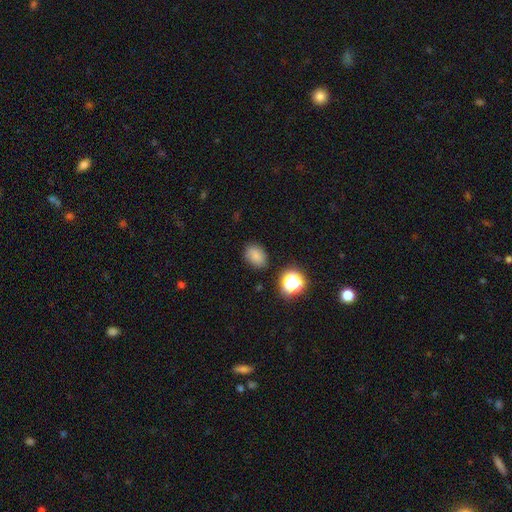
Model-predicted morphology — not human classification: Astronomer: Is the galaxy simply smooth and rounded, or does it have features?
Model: smooth — 79%.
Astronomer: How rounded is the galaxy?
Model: in between — 71%.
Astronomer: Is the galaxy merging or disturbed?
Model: none — 81%.